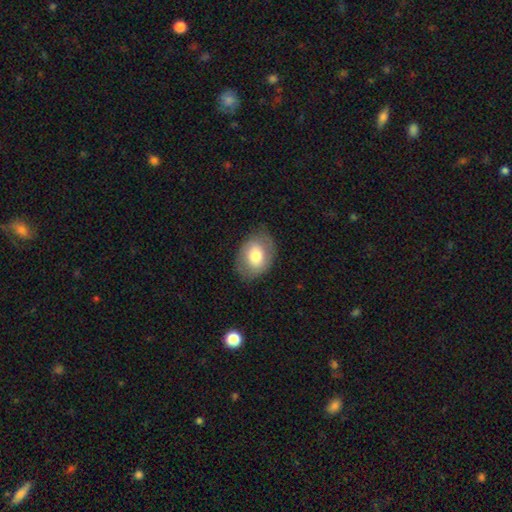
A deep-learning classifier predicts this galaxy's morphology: A smooth galaxy with no disk features (67%) that is in between round and cigar-shaped (71%).

Vote fractions:
- Smooth or featured? smooth: 67% / featured or disk: 26% / star or artifact: 7%
- How rounded? in between: 71% / round: 28% / cigar-shaped: 1%
- Merging? none: 76% / minor disturbance: 17% / major disturbance: 6% / merger: 1%